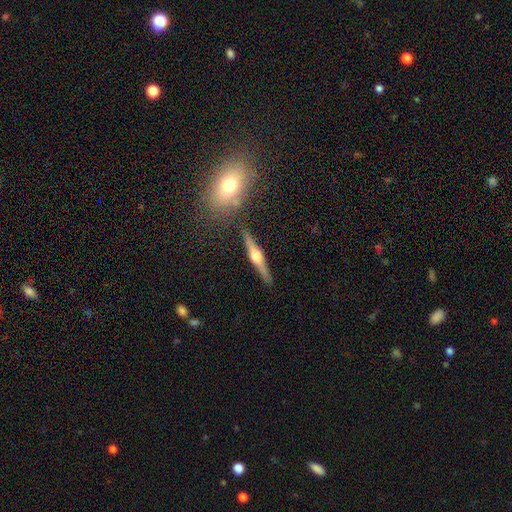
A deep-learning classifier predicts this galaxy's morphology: Overall: featured or disk (77%). Edge-on disk: yes (97%). Edge-on bulge: rounded (91%). Merging: none (87%).